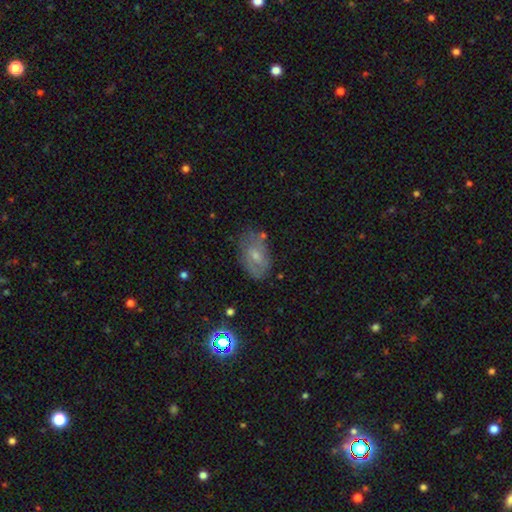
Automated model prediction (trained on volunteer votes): A smooth galaxy with no disk features (50%). Merging: none (65%).